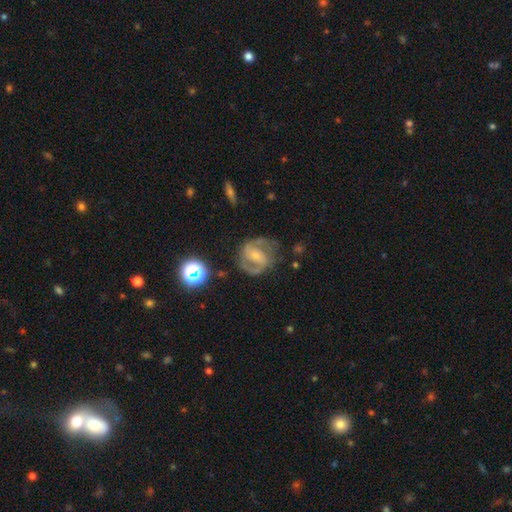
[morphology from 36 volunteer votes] smooth_or_featured: featured or disk (p=0.94) [alt: smooth p=0.03]
disk_edge_on: no (p=0.97) [alt: yes p=0.03]
bar: strong (p=0.42) [alt: no p=0.33]
has_spiral_arms: yes (p=1.00)
spiral_winding: medium (p=0.70) [alt: tight p=0.21]
spiral_arm_count: 2 (p=0.91) [alt: 3 p=0.06]
bulge_size: small (p=0.82) [alt: moderate p=0.12]
merging: none (p=0.77) [alt: minor disturbance p=0.11]